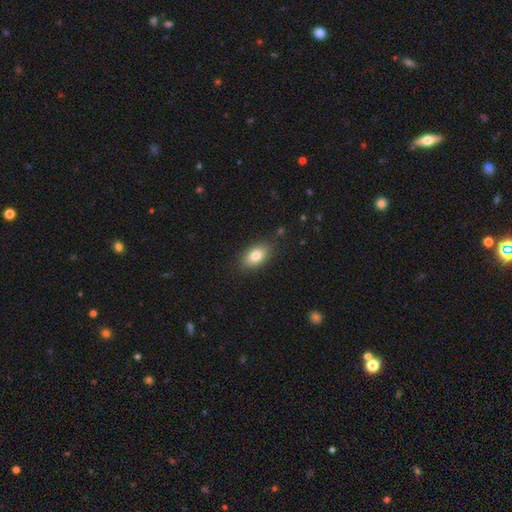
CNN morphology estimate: Smooth or featured? Predicted: smooth (p=0.82). How rounded? Predicted: in between (p=0.90). Merging? Predicted: none (p=0.86).